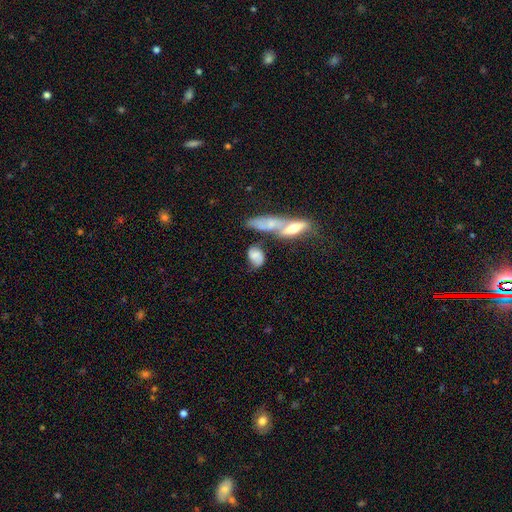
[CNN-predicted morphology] Q: Smooth or featured?
A: smooth (54%); runner-up: featured or disk (37%)
Q: How rounded?
A: in between (78%); runner-up: round (14%)
Q: Merging?
A: none (45%); runner-up: merger (25%)